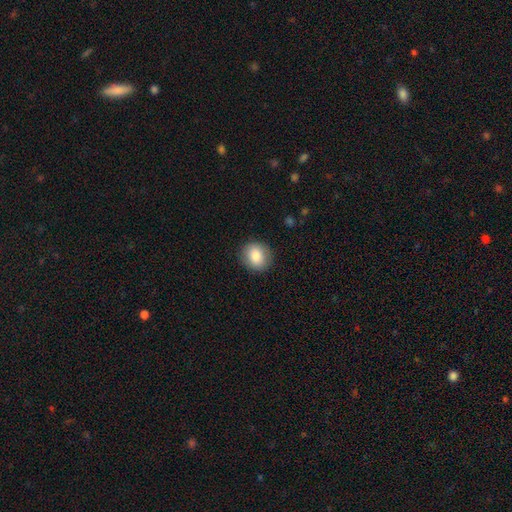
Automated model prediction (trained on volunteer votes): Overall: smooth (84%). How rounded: round (76%). Merging: none (88%).